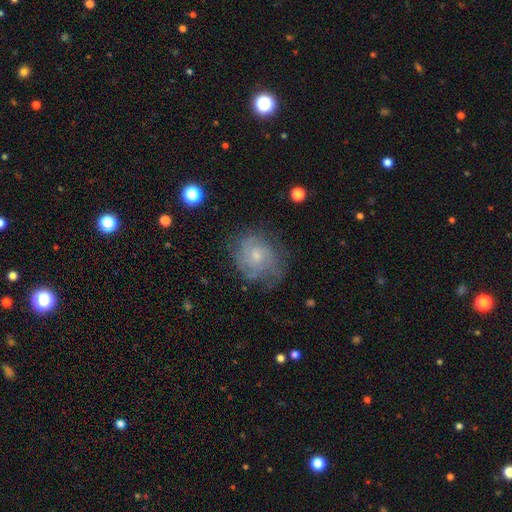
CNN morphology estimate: smooth_or_featured: featured or disk (p=0.59) [alt: smooth p=0.31]
disk_edge_on: no (p=0.97) [alt: yes p=0.03]
bar: no (p=0.76) [alt: weak p=0.21]
has_spiral_arms: yes (p=0.79) [alt: no p=0.21]
bulge_size: small (p=0.60) [alt: moderate p=0.31]
merging: none (p=0.62) [alt: minor disturbance p=0.24]